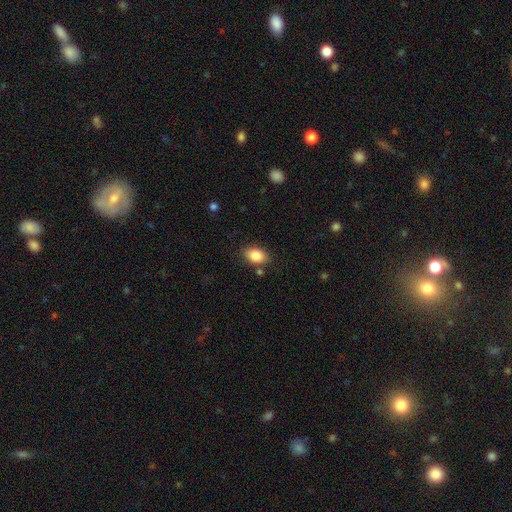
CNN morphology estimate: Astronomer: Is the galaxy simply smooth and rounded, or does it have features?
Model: smooth — 86%.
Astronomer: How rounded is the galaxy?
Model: in between — 84%.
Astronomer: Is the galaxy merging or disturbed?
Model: none — 81%.